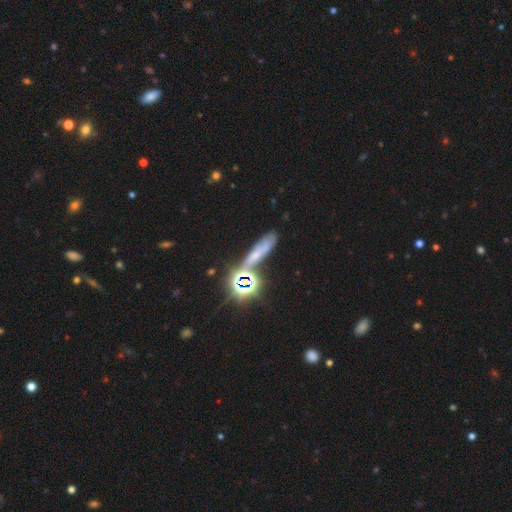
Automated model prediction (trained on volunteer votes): Overall: star or artifact (49%; smooth 29%).